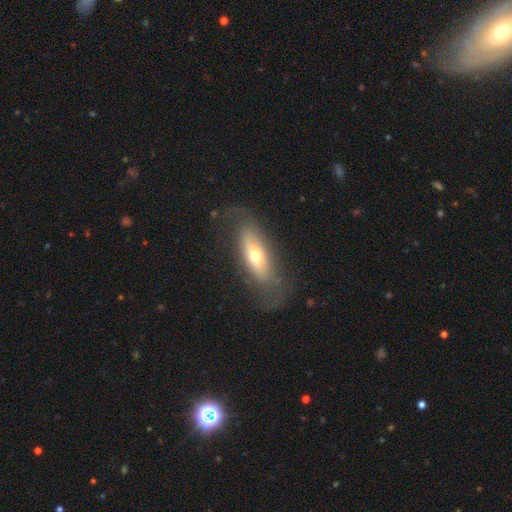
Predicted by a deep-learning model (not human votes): smooth 48%, featured or disk 44%, star or artifact 8%. Down the decision tree: merging — none (64%).